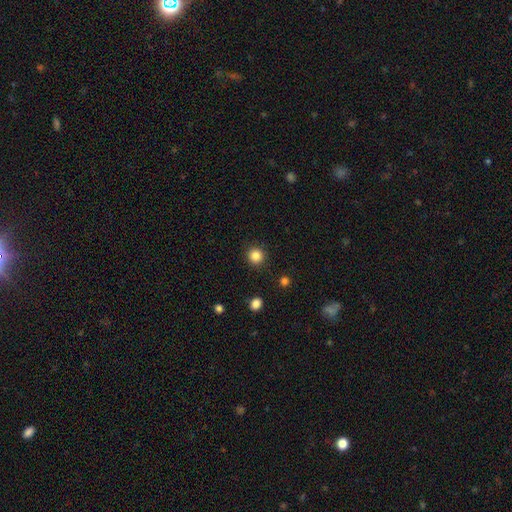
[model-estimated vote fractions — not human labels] smooth-or-featured: smooth: 85% | star or artifact: 11% | featured or disk: 4%
  how-rounded: round: 94% | in between: 5% | cigar-shaped: 1%
  merging: none: 92% | minor disturbance: 5% | major disturbance: 2% | merger: 1%